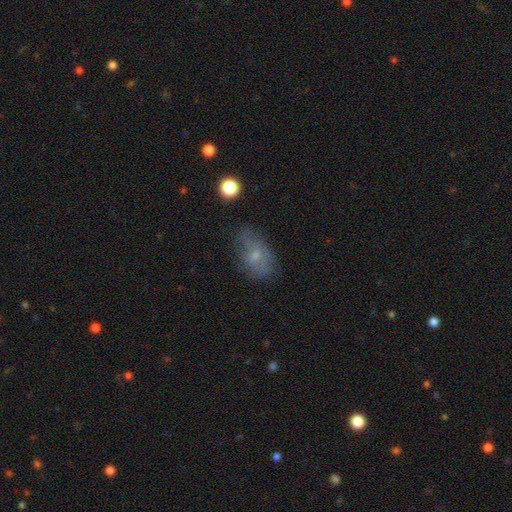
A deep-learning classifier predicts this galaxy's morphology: A smooth galaxy with no disk features (57%) that is in between round and cigar-shaped (81%). Merging: none (53%).